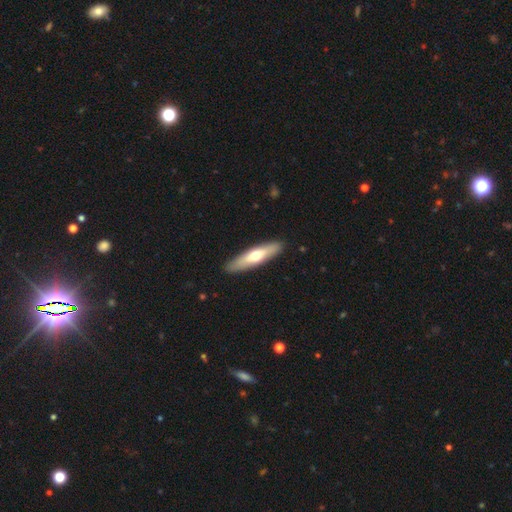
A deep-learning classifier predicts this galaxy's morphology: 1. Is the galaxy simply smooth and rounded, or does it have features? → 55% smooth, 41% featured or disk, 5% star or artifact.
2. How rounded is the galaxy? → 76% cigar-shaped, 22% in between, 2% round.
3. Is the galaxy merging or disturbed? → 90% none, 8% minor disturbance, 2% major disturbance, 1% merger.